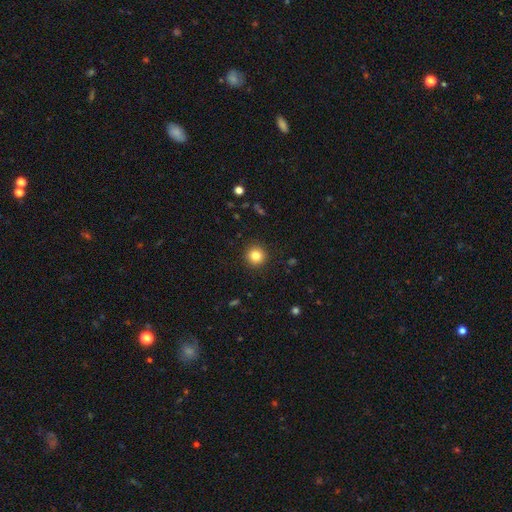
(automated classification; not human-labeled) This appears to be a smooth galaxy with no disk features (83%) that is round (94%). Merging: none (92%).